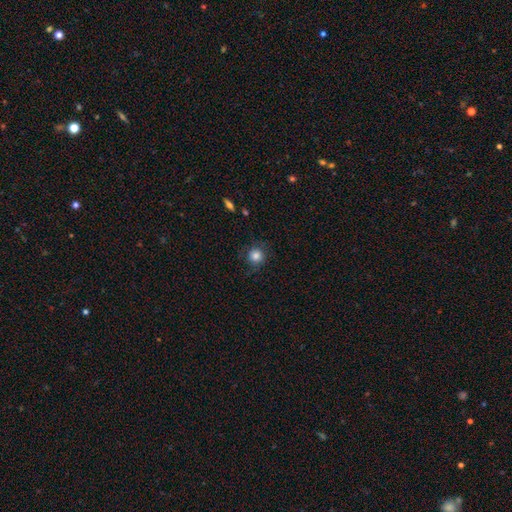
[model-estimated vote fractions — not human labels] smooth-or-featured: smooth: 81% | star or artifact: 10% | featured or disk: 9%
  how-rounded: round: 91% | in between: 8% | cigar-shaped: 1%
  merging: none: 77% | minor disturbance: 15% | major disturbance: 6% | merger: 1%